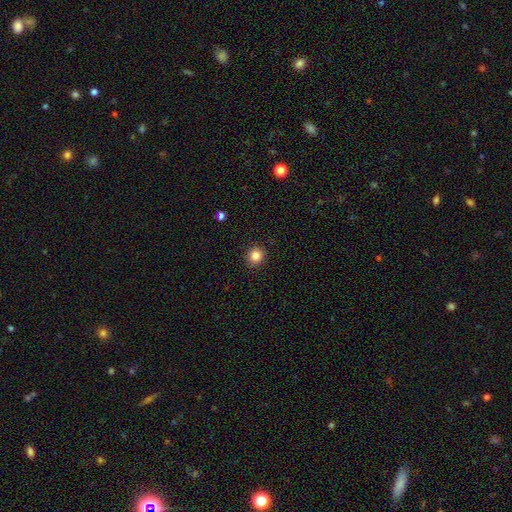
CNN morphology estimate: Smooth or featured? smooth (85%)
How rounded? round (91%)
Merging? none (92%)